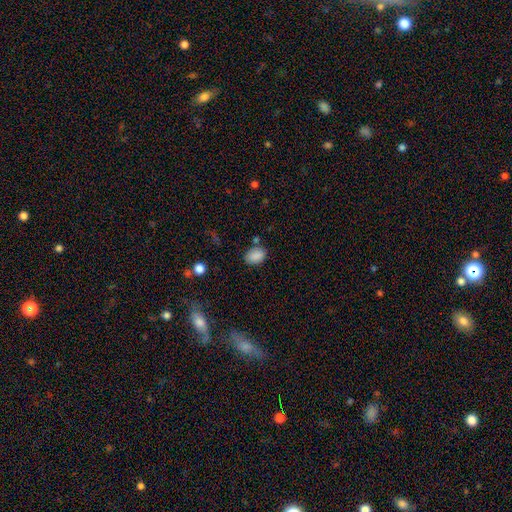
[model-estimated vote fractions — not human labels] This is clearly a smooth galaxy (87%). How rounded: likely in between (75%). Merging: likely none (75%).